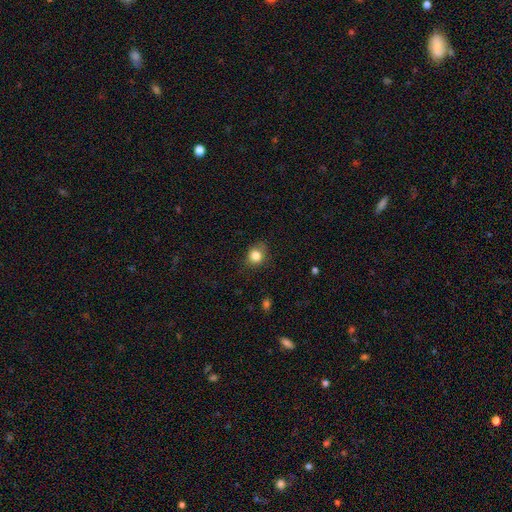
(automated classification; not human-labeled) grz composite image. It shows a smooth galaxy with no disk features (82%) that is round (70%). Merging: none (76%).